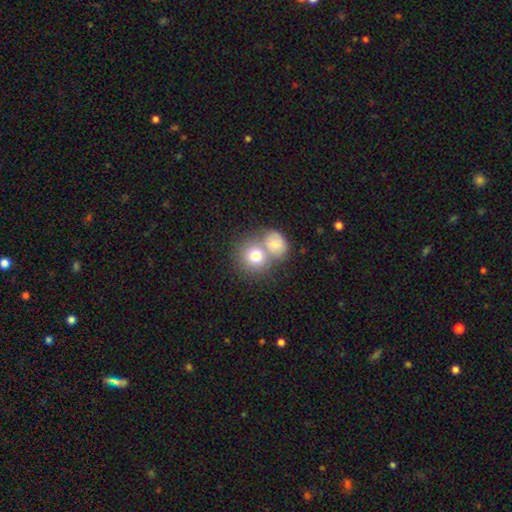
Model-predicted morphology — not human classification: This is likely a smooth galaxy (76%). How rounded: clearly round (83%). Merging: possibly merger (51%).